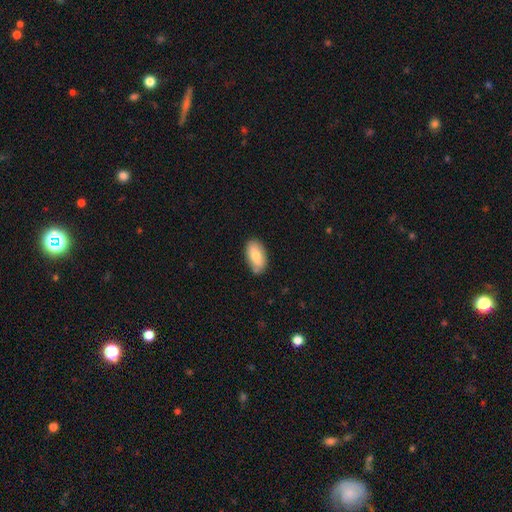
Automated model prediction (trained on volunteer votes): The model was most divided on "merging": none: 77%, minor disturbance: 18%, major disturbance: 3%, merger: 2%. More confident: how rounded — in between (93%); smooth or featured — smooth (79%).